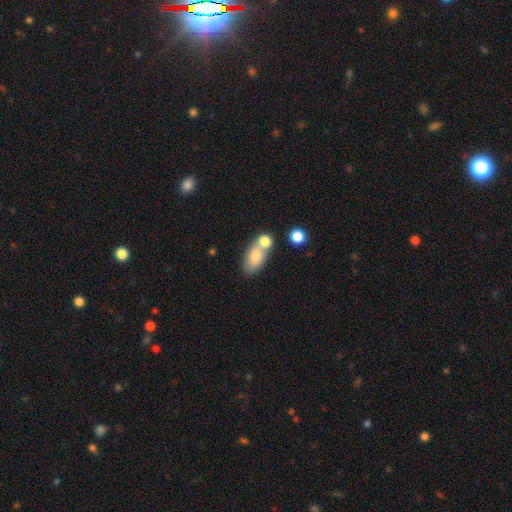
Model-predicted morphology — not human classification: Smooth or featured? Predicted: smooth (p=0.78). How rounded? Predicted: in between (p=0.87). Merging? Predicted: merger (p=0.42).